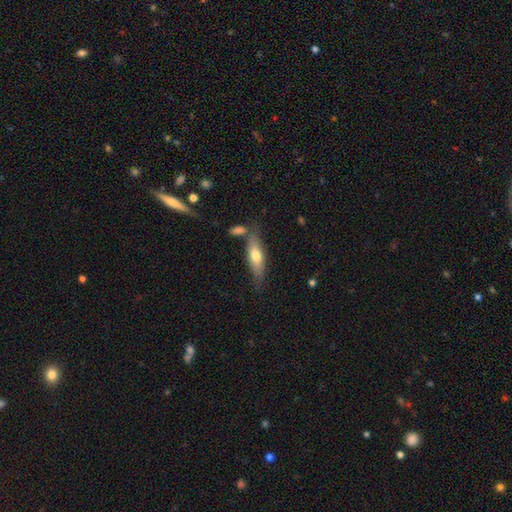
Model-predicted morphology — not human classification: A smooth galaxy with no disk features (63%) that is cigar-shaped (51%).

Vote fractions:
- Smooth or featured? smooth: 63% / featured or disk: 32% / star or artifact: 6%
- How rounded? cigar-shaped: 51% / in between: 47% / round: 2%
- Merging? none: 64% / minor disturbance: 18% / merger: 13% / major disturbance: 4%